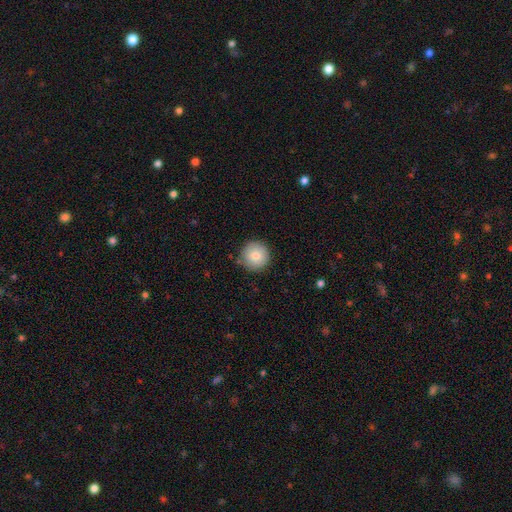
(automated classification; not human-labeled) Morphology: type=smooth (80%); roundness=round (96%); merging=none (86%).